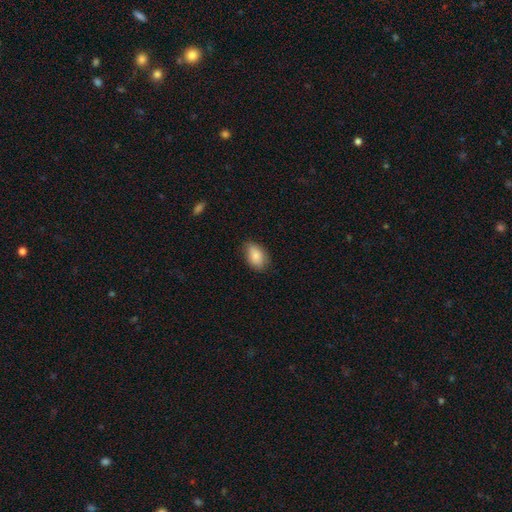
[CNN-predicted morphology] Smooth or featured: smooth — 85% (featured or disk — 8%)
How rounded: in between — 89% (round — 9%)
Merging: none — 78% (minor disturbance — 18%)